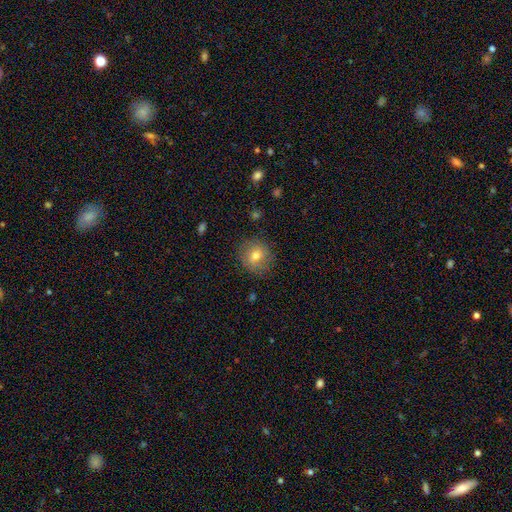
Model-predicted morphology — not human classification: A smooth galaxy with no disk features (71%) that is round (86%). Merging: none (83%).